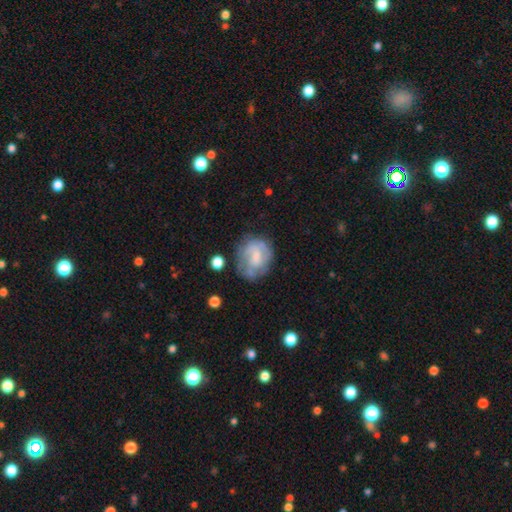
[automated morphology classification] A featured or disk galaxy (49%).

Vote fractions:
- Smooth or featured? featured or disk: 49% / smooth: 43% / star or artifact: 8%
- Merging? none: 52% / minor disturbance: 27% / major disturbance: 17% / merger: 5%